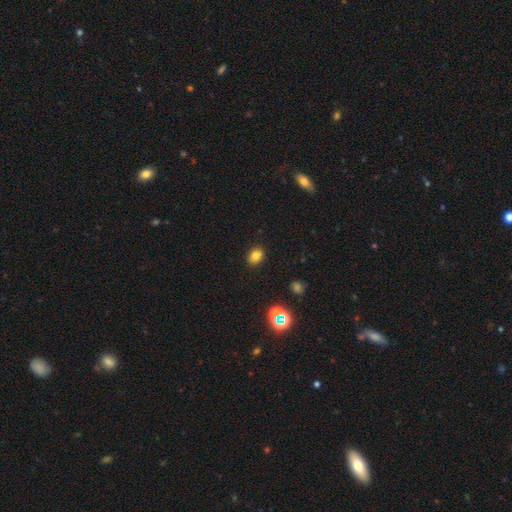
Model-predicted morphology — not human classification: Smooth or featured? smooth (80%)
How rounded? in between (60%)
Merging? none (89%)